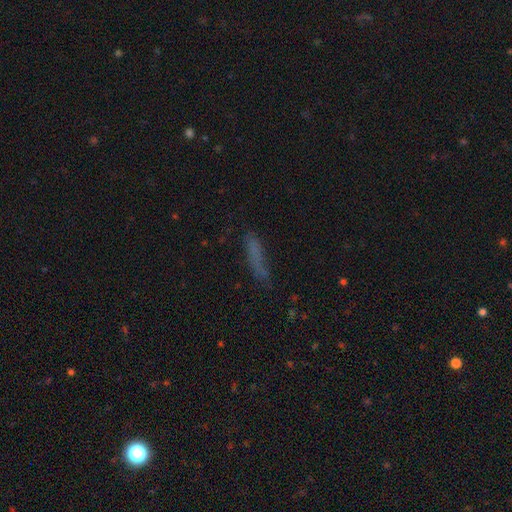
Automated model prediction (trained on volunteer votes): Smooth or featured? Predicted: smooth (p=0.65). How rounded? Predicted: cigar-shaped (p=0.82). Merging? Predicted: none (p=0.66).